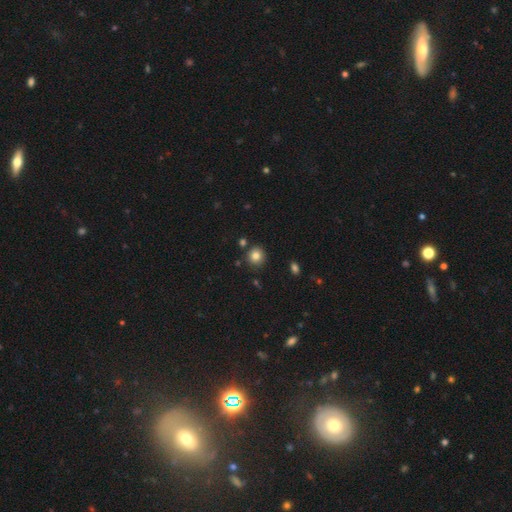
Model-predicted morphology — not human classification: This is clearly a smooth galaxy (81%). How rounded: clearly round (91%). Merging: clearly none (85%).